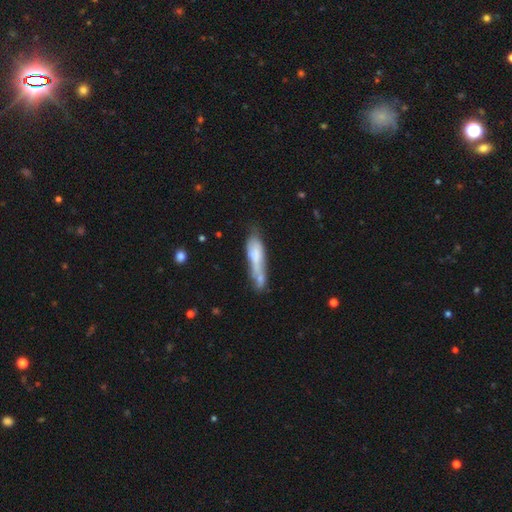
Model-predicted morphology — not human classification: Smooth or featured? Predicted: smooth (p=0.62). How rounded? Predicted: cigar-shaped (p=0.64). Merging? Predicted: merger (p=0.34).